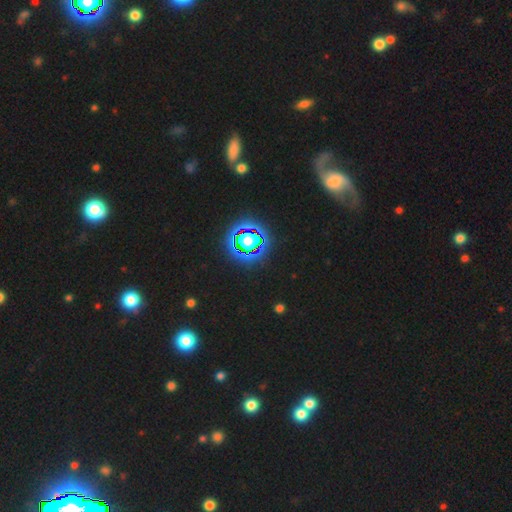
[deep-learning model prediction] The model was most divided on "smooth or featured": star or artifact: 49%, featured or disk: 27%, smooth: 24%.